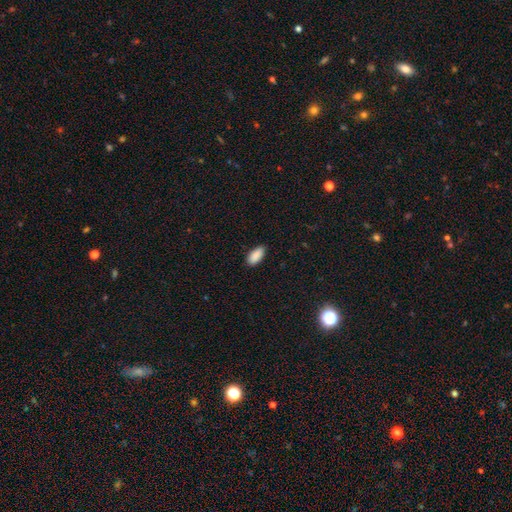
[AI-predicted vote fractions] smooth 90%, star or artifact 7%, featured or disk 3%. Down the decision tree: how rounded — in between (89%); merging — none (85%).